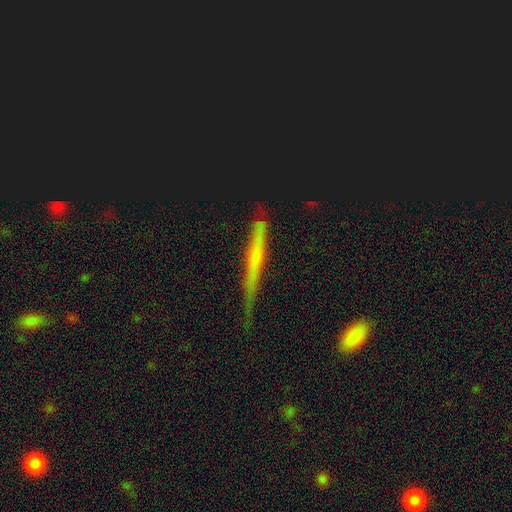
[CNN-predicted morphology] Smooth or featured?
  - smooth: 43% *
  - featured or disk: 35%
  - star or artifact: 23%
Merging?
  - none: 72% *
  - minor disturbance: 22%
  - major disturbance: 4%
  - merger: 2%